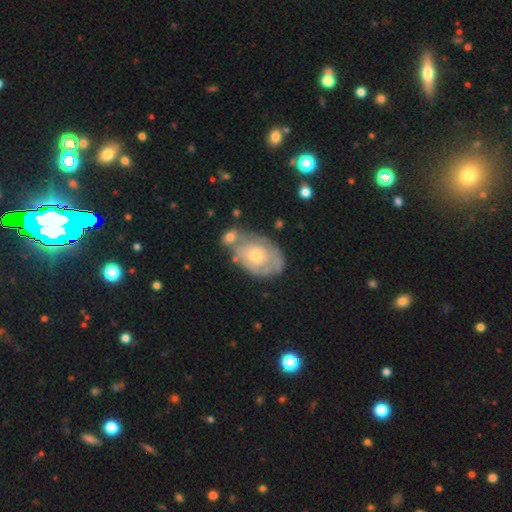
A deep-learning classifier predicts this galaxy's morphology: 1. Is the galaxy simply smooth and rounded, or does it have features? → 60% featured or disk, 34% smooth, 6% star or artifact.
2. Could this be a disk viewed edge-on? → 95% no, 5% yes.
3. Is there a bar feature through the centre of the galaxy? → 87% no, 11% weak, 2% strong.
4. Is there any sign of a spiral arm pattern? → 52% yes, 48% no.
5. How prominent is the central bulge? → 55% small, 40% moderate, 2% large, 1% none, 1% dominant.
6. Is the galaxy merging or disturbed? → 47% none, 22% minor disturbance, 21% merger, 9% major disturbance.